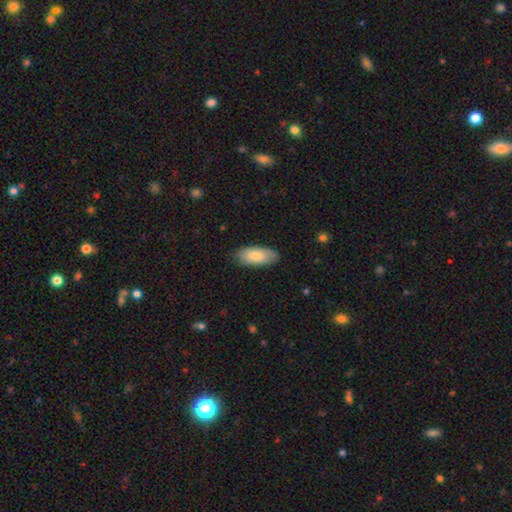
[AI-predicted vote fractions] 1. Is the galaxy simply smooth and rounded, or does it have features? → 80% smooth, 15% featured or disk, 6% star or artifact.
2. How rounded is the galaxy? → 88% in between, 10% cigar-shaped, 2% round.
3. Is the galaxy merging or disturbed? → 83% none, 14% minor disturbance, 3% major disturbance, 1% merger.